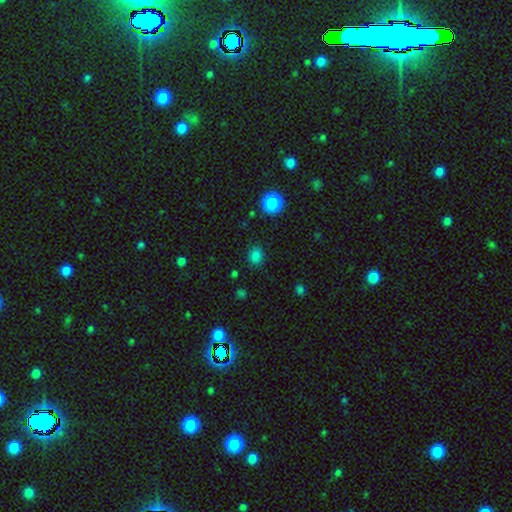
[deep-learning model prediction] Smooth or featured? Predicted: smooth (p=0.81). How rounded? Predicted: round (p=0.54). Merging? Predicted: none (p=0.83).